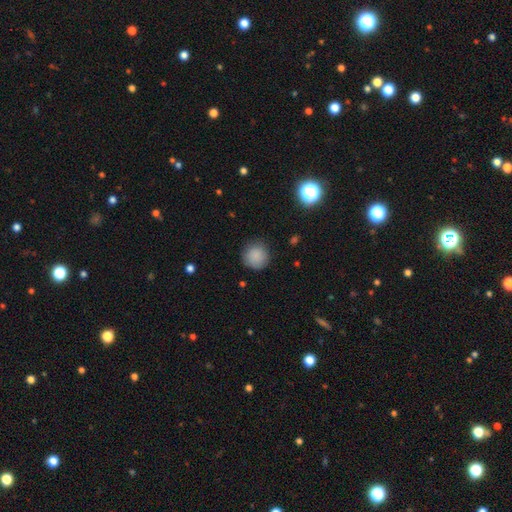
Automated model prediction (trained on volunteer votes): Morphology: type=smooth (87%); roundness=round (94%); merging=none (85%).